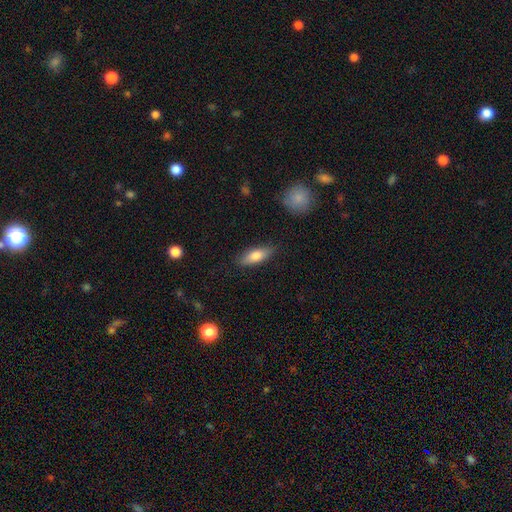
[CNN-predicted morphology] This appears to be a smooth galaxy with no disk features (76%) that is in between round and cigar-shaped (65%). Merging: none (84%).